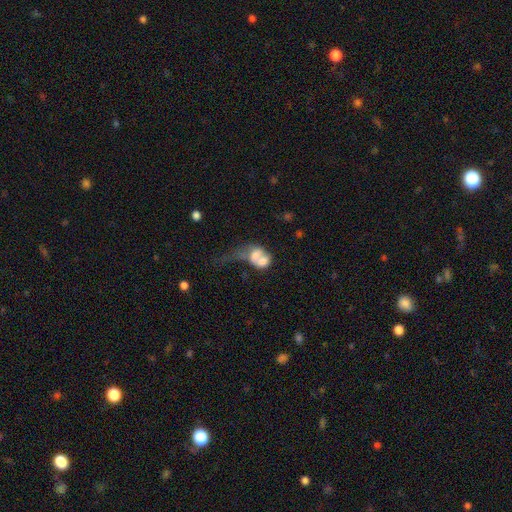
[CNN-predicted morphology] Q: Smooth or featured?
A: smooth (57%); runner-up: featured or disk (33%)
Q: How rounded?
A: in between (58%); runner-up: round (40%)
Q: Merging?
A: merger (66%); runner-up: major disturbance (18%)